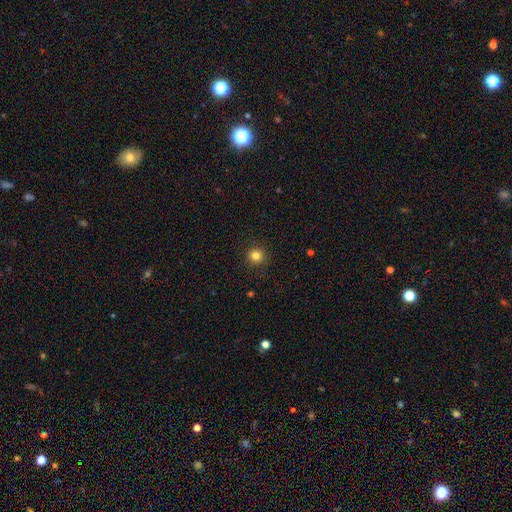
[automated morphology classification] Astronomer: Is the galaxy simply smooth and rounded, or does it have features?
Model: smooth — 82%.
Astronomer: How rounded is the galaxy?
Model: round — 94%.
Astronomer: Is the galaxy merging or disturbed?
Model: none — 92%.